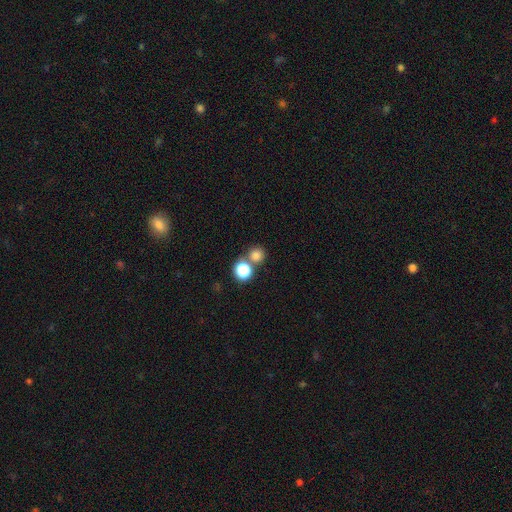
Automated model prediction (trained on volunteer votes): A smooth galaxy with no disk features (78%) that is round (90%). Merging: none (61%).